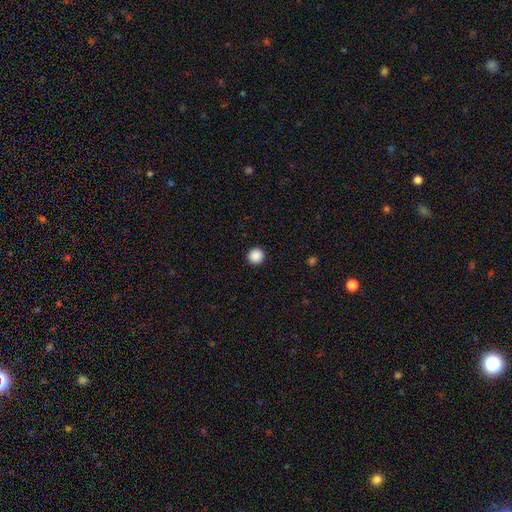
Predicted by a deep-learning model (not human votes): The model was most divided on "smooth or featured": smooth: 88%, star or artifact: 9%, featured or disk: 2%. More confident: how rounded — round (96%); merging — none (94%).